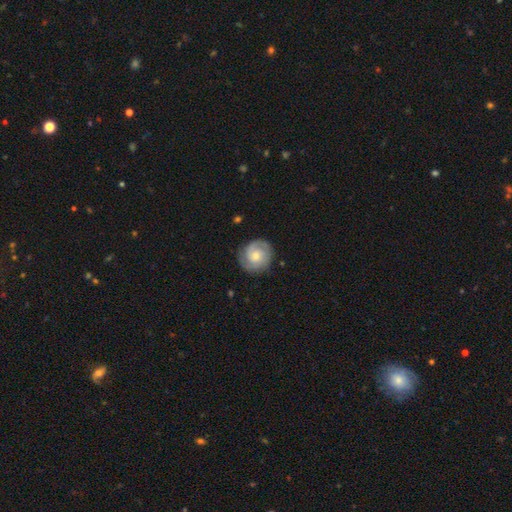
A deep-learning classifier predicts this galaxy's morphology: Overall: featured or disk (61%; smooth 32%). Edge-on disk: no (98%). Bar: no (72%). Spiral arms: yes (91%). Spiral arm count: 2 (55%; can't tell 20%). Spiral winding: tight (58%; medium 33%). Bulge size: moderate (52%; small 38%). Merging: none (81%).